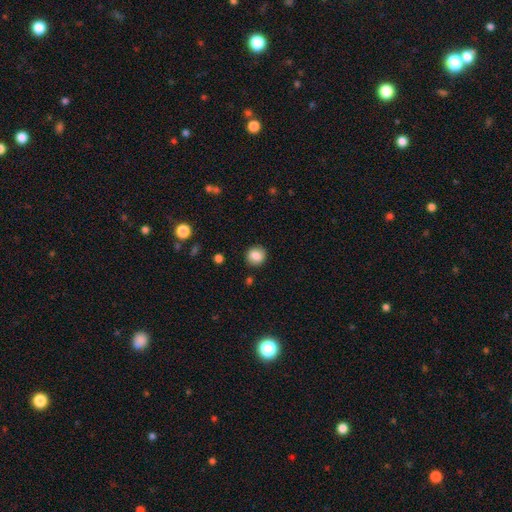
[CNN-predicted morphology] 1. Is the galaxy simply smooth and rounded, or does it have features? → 85% smooth, 9% star or artifact, 6% featured or disk.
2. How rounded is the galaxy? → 86% round, 13% in between, 1% cigar-shaped.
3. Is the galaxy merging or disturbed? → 89% none, 8% minor disturbance, 2% major disturbance, 1% merger.